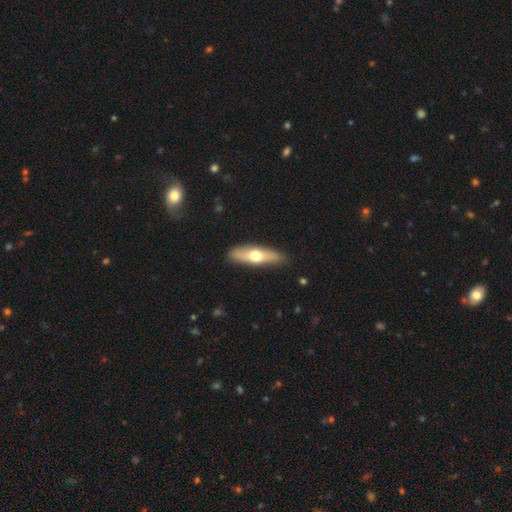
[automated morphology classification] Overall: smooth (51%; featured or disk 44%). How rounded: cigar-shaped (63%; in between 34%). Merging: none (88%).